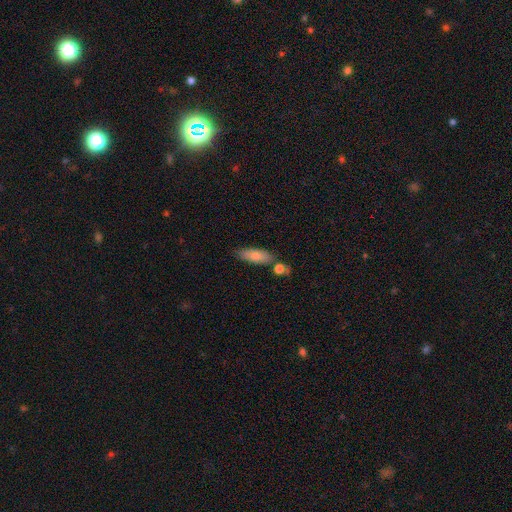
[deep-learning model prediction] The model was most divided on "how rounded": in between: 62%, cigar-shaped: 35%, round: 3%. More confident: smooth or featured — smooth (77%); merging — none (72%).